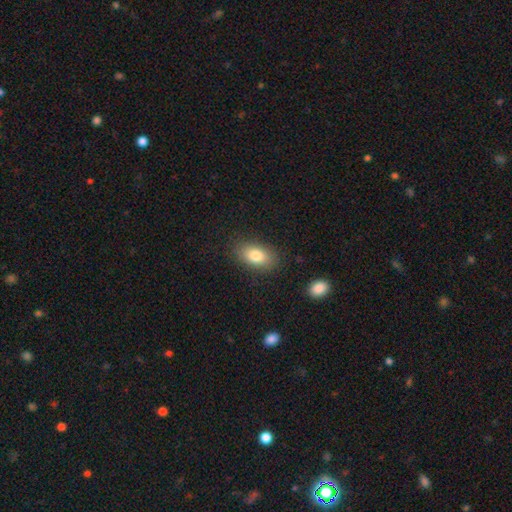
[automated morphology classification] This appears to be a smooth galaxy with no disk features (81%) that is in between round and cigar-shaped (89%). Merging: none (85%).